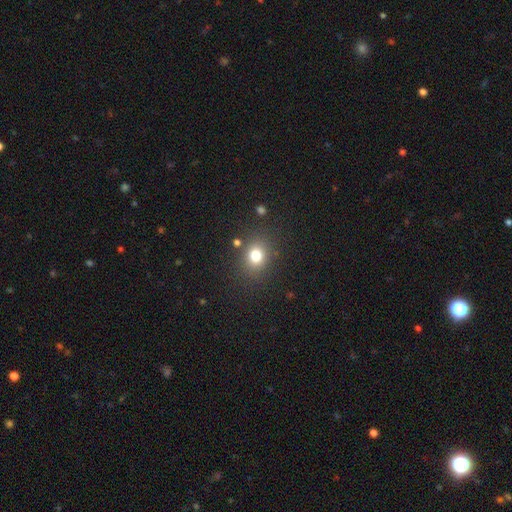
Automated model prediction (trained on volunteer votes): This is likely a smooth galaxy (77%). How rounded: likely round (66%). Merging: clearly none (82%).